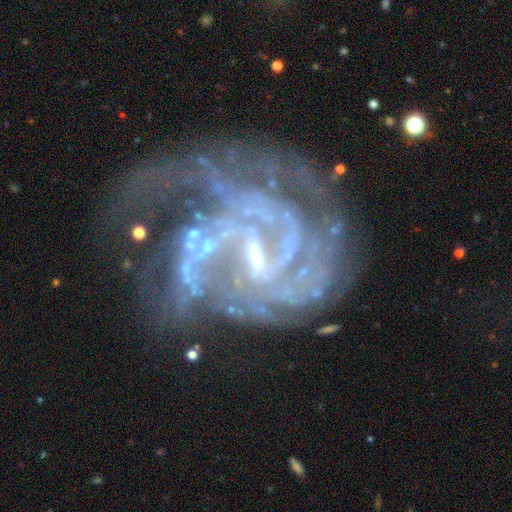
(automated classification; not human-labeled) A featured or disk galaxy (87%) with a weak bar (50%), tight (48%) spiral arms (92%) and a small central bulge (67%).

Vote fractions:
- Smooth or featured? featured or disk: 87% / star or artifact: 9% / smooth: 5%
- Edge-on disk? no: 98% / yes: 2%
- Bar? weak: 50% / no: 27% / strong: 24%
- Spiral arms? yes: 92% / no: 8%
- Spiral winding? tight: 48% / medium: 38% / loose: 14%
- Spiral arm count? can't tell: 33% / 2: 23% / 3: 17% / 4: 11% / more than 4: 8% / 1: 8%
- Bulge size? small: 67% / moderate: 17% / none: 13% / large: 1% / dominant: 1%
- Merging? major disturbance: 36% (tied) / none: 36% (tied) / minor disturbance: 18% / merger: 10%